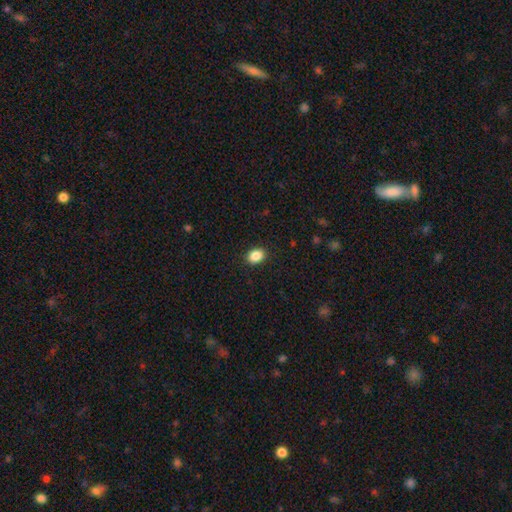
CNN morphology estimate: A smooth galaxy with no disk features (88%) that is in between round and cigar-shaped (70%). Merging: none (90%).